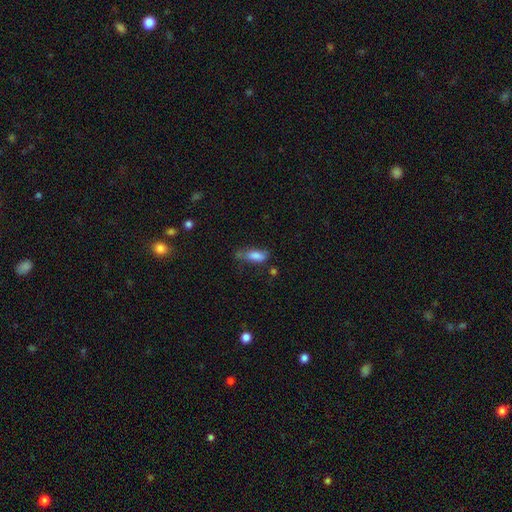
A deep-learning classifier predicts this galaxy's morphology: smooth 79%, featured or disk 12%, star or artifact 9%. Down the decision tree: how rounded — in between (74%); merging — none (43%).